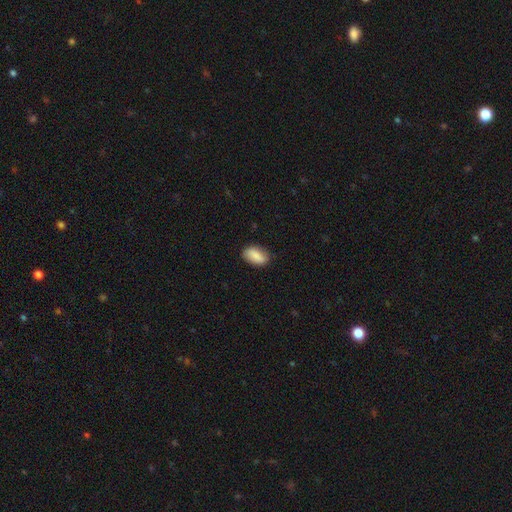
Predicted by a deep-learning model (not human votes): Overall: smooth (84%). How rounded: in between (91%). Merging: none (82%).